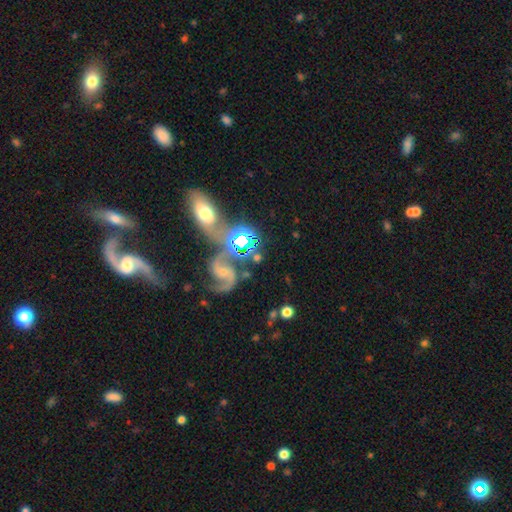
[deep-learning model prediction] featured or disk 66%, smooth 19%, star or artifact 15%. Down the decision tree: edge-on disk — no (95%); bar — no (49%); spiral arms — yes (91%); spiral arm count — 2 (90%); spiral winding — medium (45%); bulge size — small (56%); merging — none (45%).